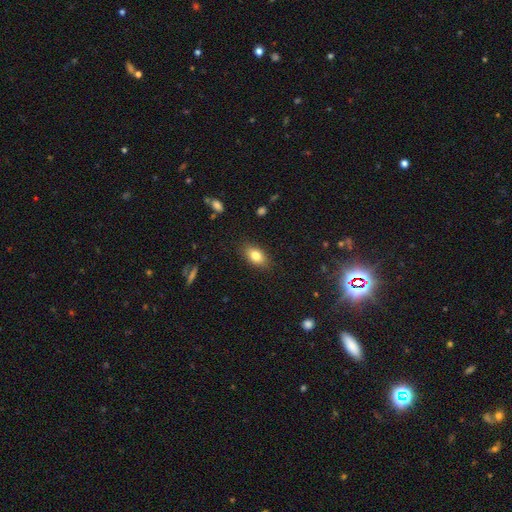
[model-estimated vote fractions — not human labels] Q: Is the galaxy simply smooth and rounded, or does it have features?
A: smooth — 81%.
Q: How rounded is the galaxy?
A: in between — 88%.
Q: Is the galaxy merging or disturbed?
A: none — 86%.